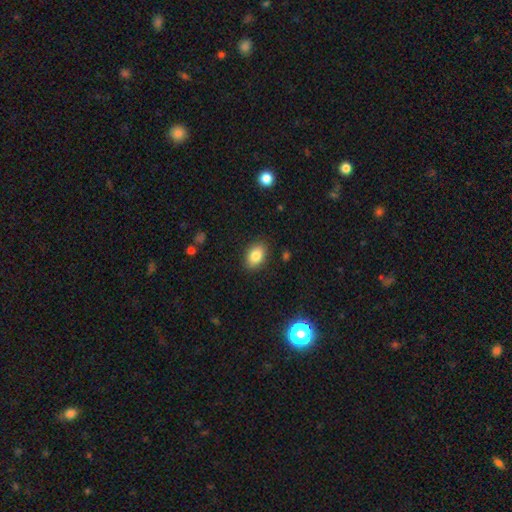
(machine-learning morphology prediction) smooth_or_featured: smooth (p=0.84) [alt: star or artifact p=0.09]
how_rounded: in between (p=0.83) [alt: round p=0.16]
merging: none (p=0.87) [alt: minor disturbance p=0.09]